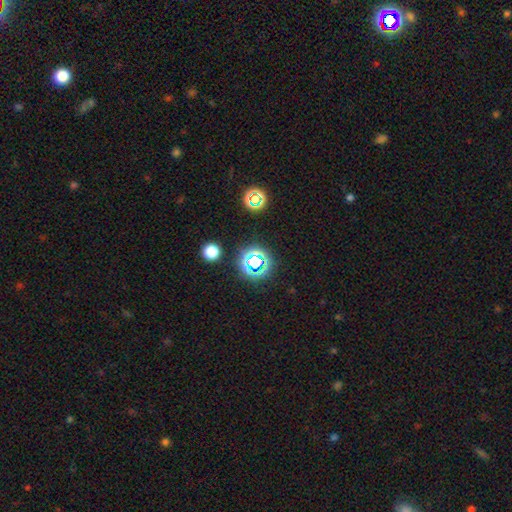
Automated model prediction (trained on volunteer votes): Q: Smooth or featured?
A: star or artifact (64%); runner-up: smooth (26%)